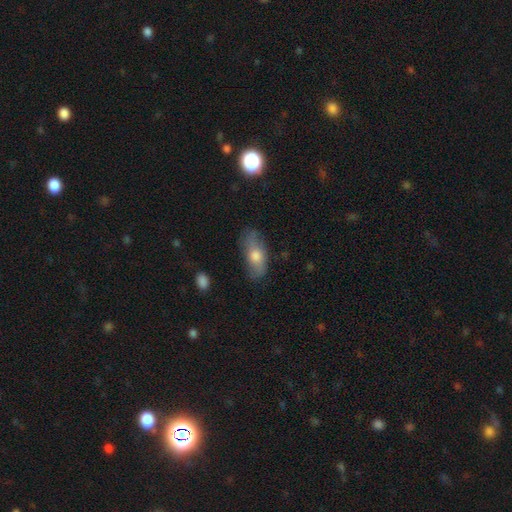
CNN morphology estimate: Overall: smooth (61%; featured or disk 31%). How rounded: in between (80%). Merging: none (76%).